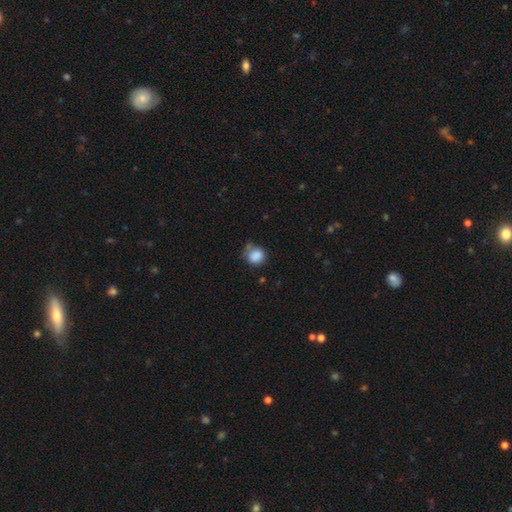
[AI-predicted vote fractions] Smooth or featured: smooth — 86% (star or artifact — 9%)
How rounded: round — 81% (in between — 18%)
Merging: none — 54% (minor disturbance — 29%)